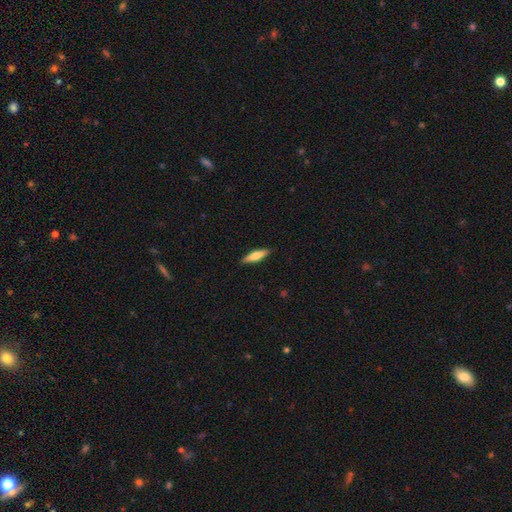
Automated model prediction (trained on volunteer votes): Smooth or featured: smooth — 65% (featured or disk — 29%)
How rounded: cigar-shaped — 73% (in between — 25%)
Merging: none — 88% (minor disturbance — 9%)